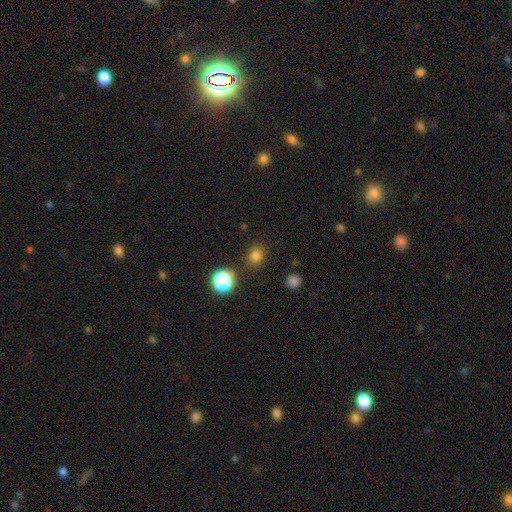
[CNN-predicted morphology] type=smooth (77%); roundness=round (65%); merging=none (83%).